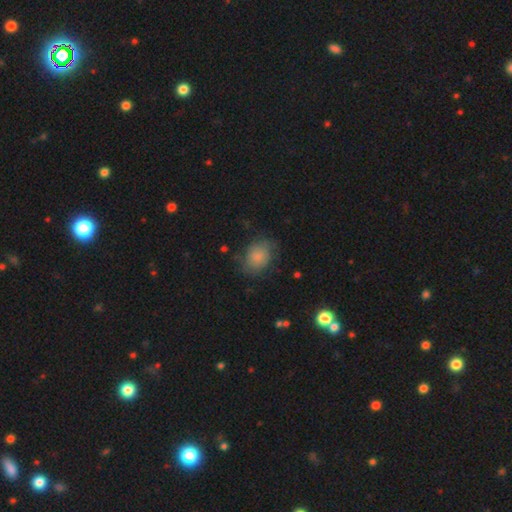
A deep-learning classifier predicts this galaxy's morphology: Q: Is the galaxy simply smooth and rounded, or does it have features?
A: smooth — 71%.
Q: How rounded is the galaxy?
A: in between — 55%.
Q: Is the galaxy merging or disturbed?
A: none — 69%.